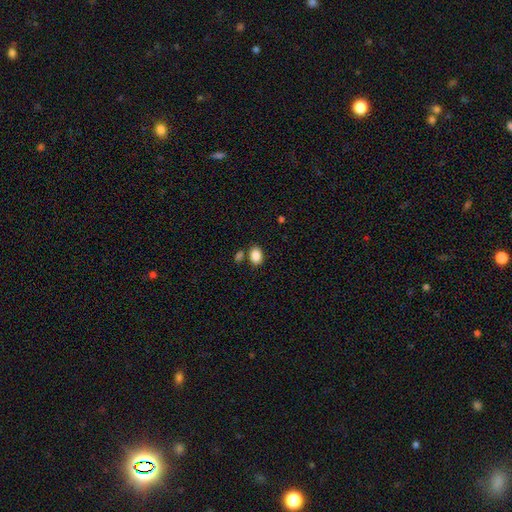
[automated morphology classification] smooth 87%, star or artifact 8%, featured or disk 4%. Down the decision tree: how rounded — in between (79%); merging — none (75%).